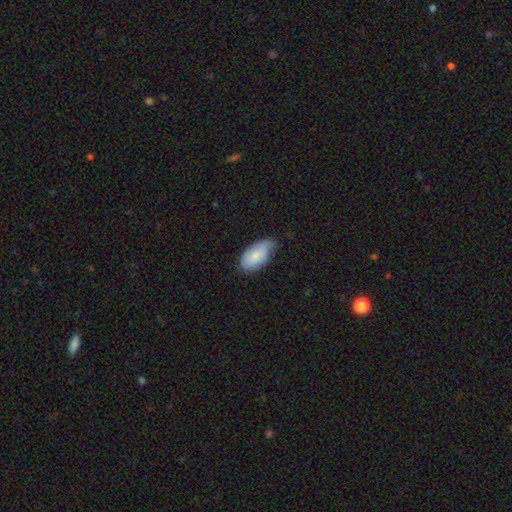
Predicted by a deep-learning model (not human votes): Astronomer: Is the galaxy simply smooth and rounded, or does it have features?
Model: smooth — 80%.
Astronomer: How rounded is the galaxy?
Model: in between — 95%.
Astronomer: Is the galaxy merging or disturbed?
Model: none — 51% (runner-up: minor disturbance, 41%).